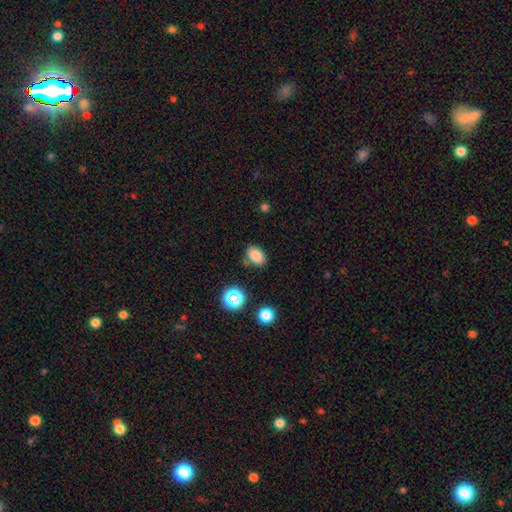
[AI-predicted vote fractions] Smooth or featured? smooth (83%)
How rounded? in between (81%)
Merging? none (76%)